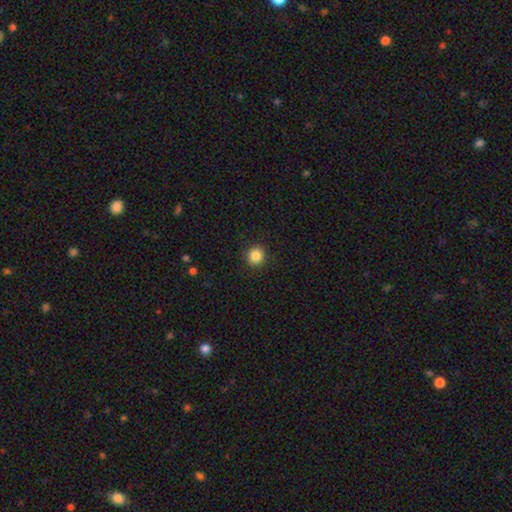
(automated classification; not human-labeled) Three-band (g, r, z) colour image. It shows a smooth galaxy with no disk features (86%) that is round (91%). Merging: none (92%).